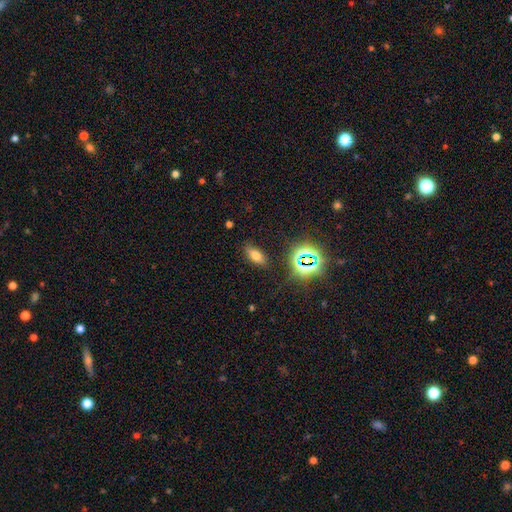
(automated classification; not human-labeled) The model was most divided on "smooth or featured": smooth: 66%, star or artifact: 22%, featured or disk: 12%. More confident: merging — none (85%); how rounded — in between (79%).